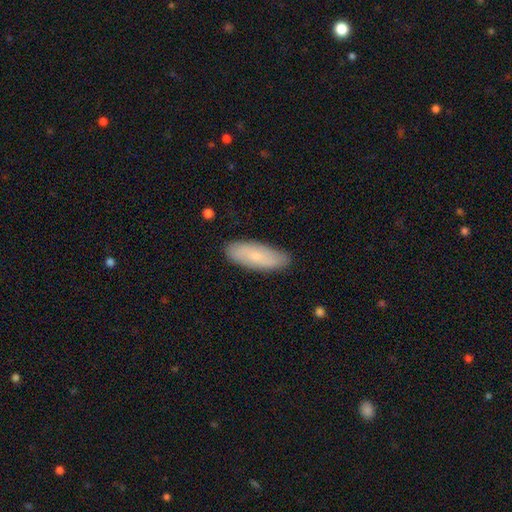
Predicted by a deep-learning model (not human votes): smooth 66%, featured or disk 27%, star or artifact 7%. Down the decision tree: how rounded — in between (64%); merging — none (85%).